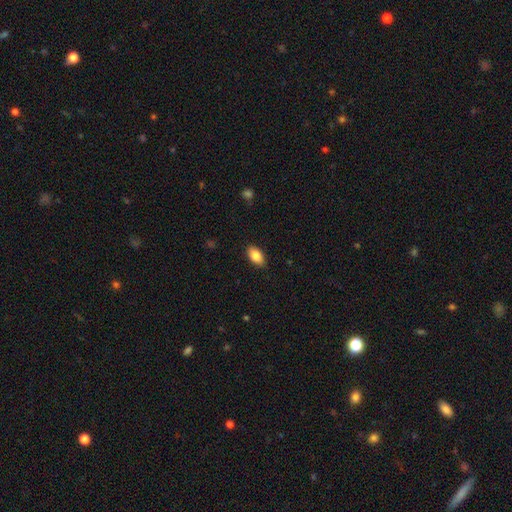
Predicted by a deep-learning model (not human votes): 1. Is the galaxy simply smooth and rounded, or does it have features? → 85% smooth, 8% featured or disk, 7% star or artifact.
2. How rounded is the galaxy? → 92% in between, 5% round, 3% cigar-shaped.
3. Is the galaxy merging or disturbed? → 87% none, 10% minor disturbance, 2% major disturbance, 1% merger.